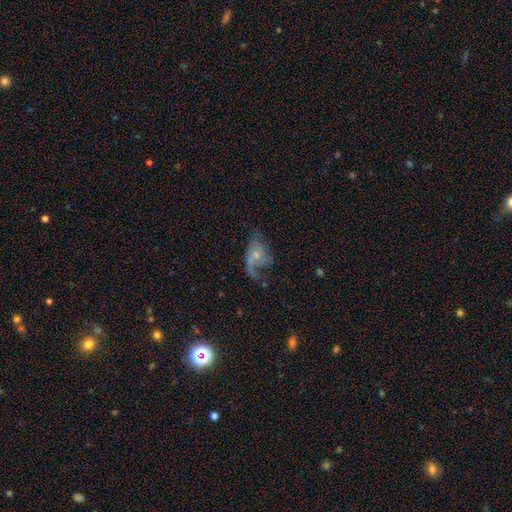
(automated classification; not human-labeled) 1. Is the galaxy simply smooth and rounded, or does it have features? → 61% featured or disk, 30% smooth, 9% star or artifact.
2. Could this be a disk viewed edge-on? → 96% no, 4% yes.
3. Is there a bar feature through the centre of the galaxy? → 76% no, 21% weak, 4% strong.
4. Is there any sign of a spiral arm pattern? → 73% yes, 27% no.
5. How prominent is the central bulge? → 52% small, 37% moderate, 6% none, 3% large, 1% dominant.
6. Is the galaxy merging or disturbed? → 40% major disturbance, 32% none, 22% minor disturbance, 5% merger.